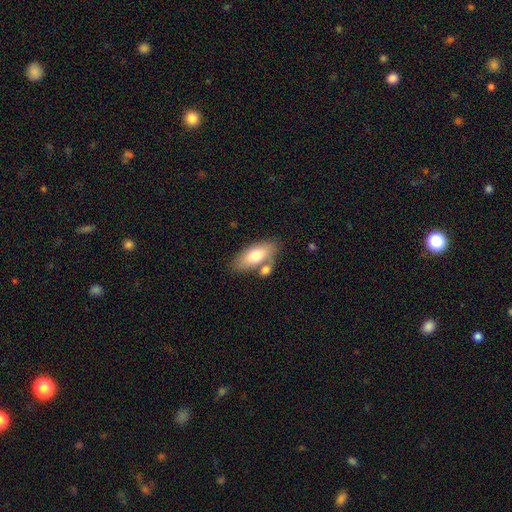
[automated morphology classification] This appears to be a smooth galaxy with no disk features (71%) that is in between round and cigar-shaped (82%). Merging: none (63%).